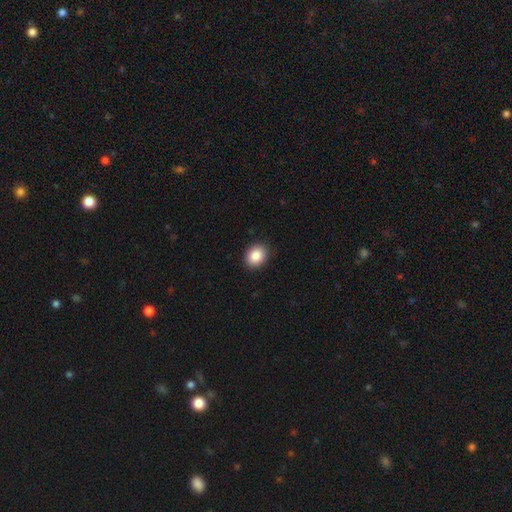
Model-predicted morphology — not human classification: Smooth or featured?
  - smooth: 88% *
  - star or artifact: 8%
  - featured or disk: 4%
How rounded?
  - round: 51% *
  - in between: 48%
  - cigar-shaped: 1%
Merging?
  - none: 89% *
  - minor disturbance: 8%
  - major disturbance: 2%
  - merger: 1%